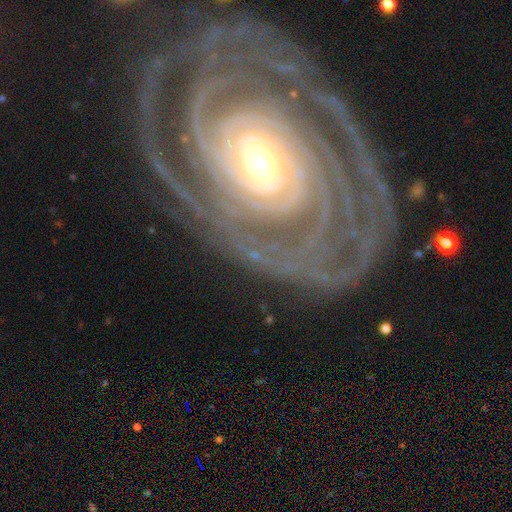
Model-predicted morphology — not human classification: Smooth or featured: featured or disk — 90% (star or artifact — 6%)
Edge-on disk: no — 96% (yes — 4%)
Bar: no — 58% (weak — 22%)
Spiral arms: yes — 98% (no — 2%)
Spiral winding: tight — 84% (medium — 13%)
Spiral arm count: more than 4 — 21% (can't tell — 20%)
Bulge size: moderate — 53% (small — 39%)
Merging: none — 75% (minor disturbance — 14%)